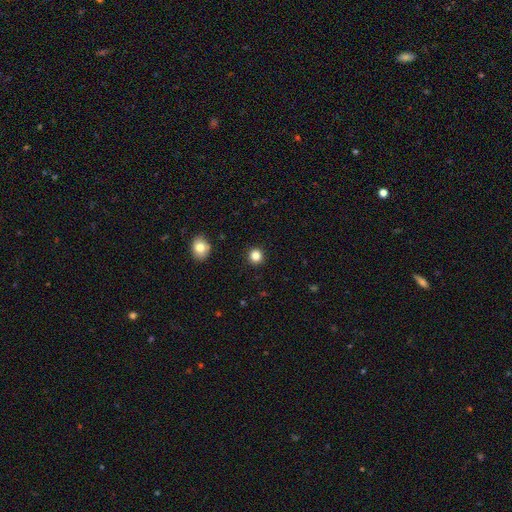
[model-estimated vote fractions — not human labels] smooth 84%, star or artifact 12%, featured or disk 4%. Down the decision tree: how rounded — round (92%); merging — none (92%).